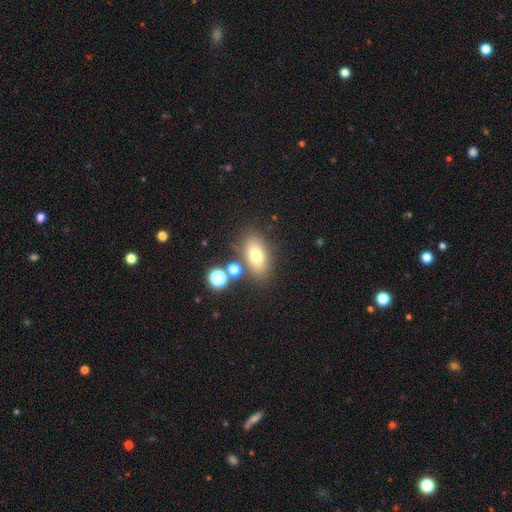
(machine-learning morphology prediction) Smooth or featured?
  - smooth: 71% *
  - featured or disk: 16%
  - star or artifact: 13%
How rounded?
  - in between: 83% *
  - round: 13%
  - cigar-shaped: 4%
Merging?
  - none: 74% *
  - minor disturbance: 12%
  - merger: 10%
  - major disturbance: 5%